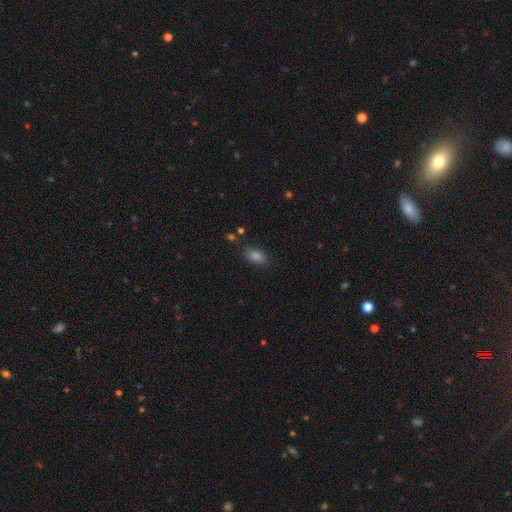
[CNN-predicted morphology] Smooth or featured? Predicted: smooth (p=0.78). How rounded? Predicted: in between (p=0.86). Merging? Predicted: none (p=0.84).